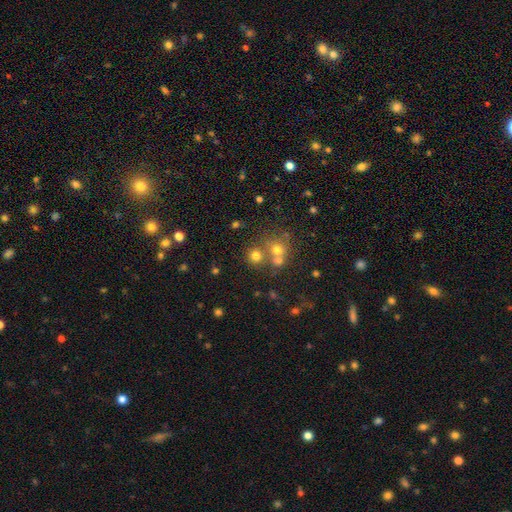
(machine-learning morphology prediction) Smooth or featured?
  - smooth: 70% *
  - star or artifact: 20%
  - featured or disk: 10%
How rounded?
  - round: 88% *
  - in between: 11%
  - cigar-shaped: 1%
Merging?
  - none: 63% *
  - merger: 26%
  - minor disturbance: 7%
  - major disturbance: 4%